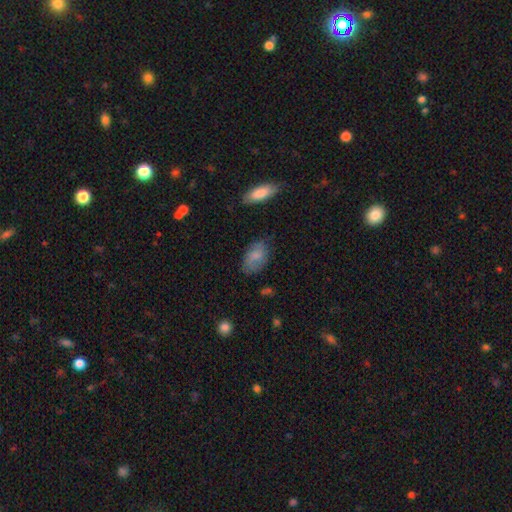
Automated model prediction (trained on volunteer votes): Morphology: type=smooth (74%); roundness=in between (91%); merging=none (70%).